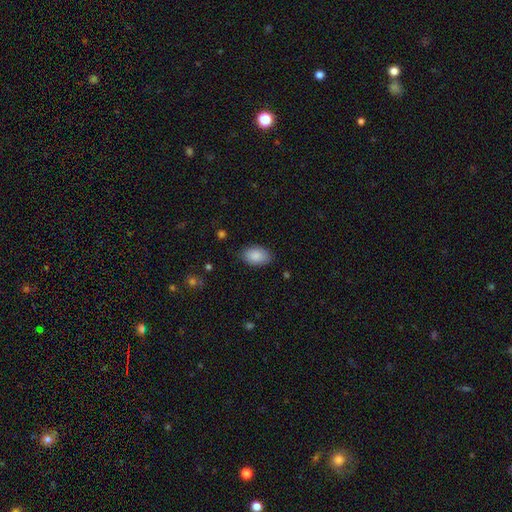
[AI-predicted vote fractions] Q: Smooth or featured?
A: smooth (88%); runner-up: star or artifact (6%)
Q: How rounded?
A: in between (91%); runner-up: round (8%)
Q: Merging?
A: none (83%); runner-up: minor disturbance (13%)